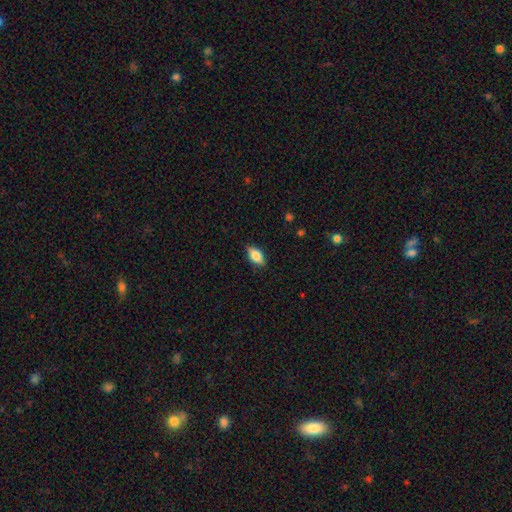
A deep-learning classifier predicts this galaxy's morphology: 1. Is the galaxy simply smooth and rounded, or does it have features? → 74% smooth, 18% featured or disk, 7% star or artifact.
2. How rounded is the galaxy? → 87% in between, 8% cigar-shaped, 4% round.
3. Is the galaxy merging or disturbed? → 84% none, 13% minor disturbance, 2% major disturbance, 1% merger.